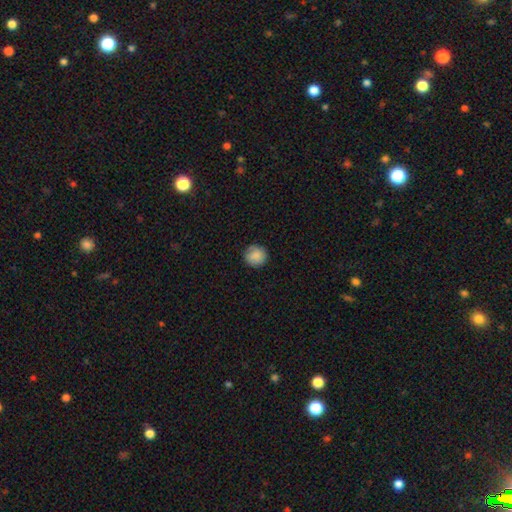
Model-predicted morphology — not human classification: Smooth or featured?
  - smooth: 85% *
  - star or artifact: 8%
  - featured or disk: 8%
How rounded?
  - round: 92% *
  - in between: 7%
  - cigar-shaped: 1%
Merging?
  - none: 86% *
  - minor disturbance: 11%
  - major disturbance: 3%
  - merger: 1%